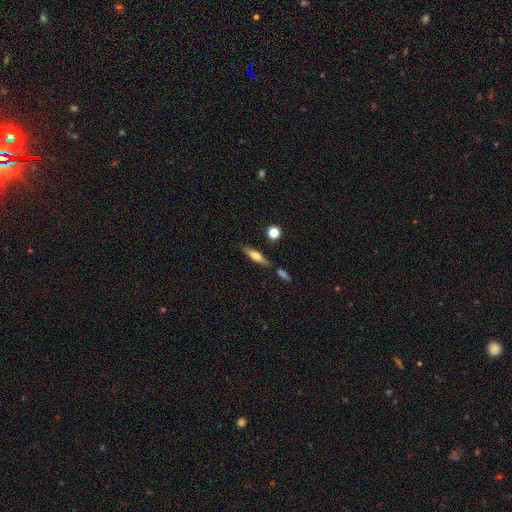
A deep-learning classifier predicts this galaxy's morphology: smooth_or_featured: smooth (p=0.47) [alt: featured or disk p=0.45]
merging: none (p=0.78) [alt: minor disturbance p=0.11]